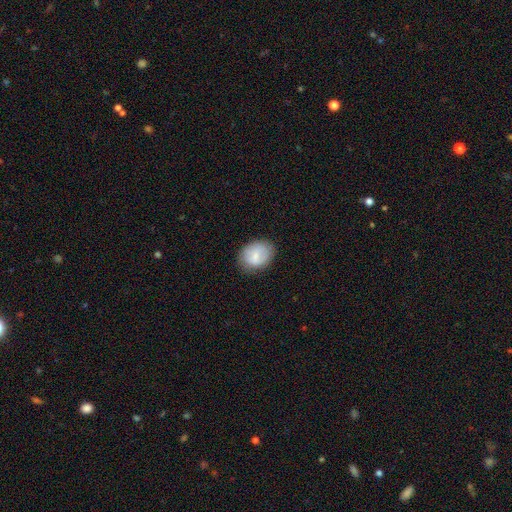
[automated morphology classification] This is likely a smooth galaxy (71%). How rounded: possibly in between (58%). Merging: likely none (77%).